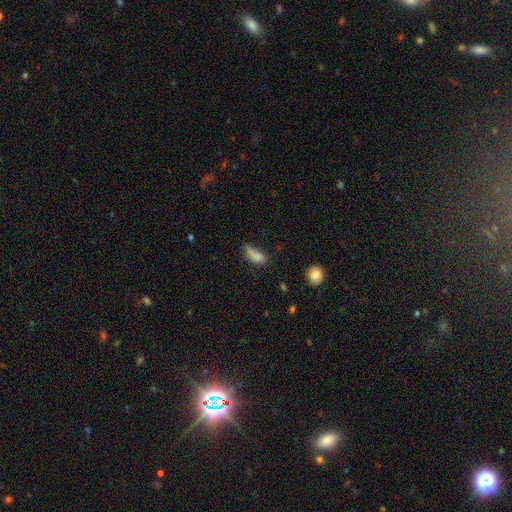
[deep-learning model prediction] Smooth or featured: smooth — 77% (featured or disk — 13%)
How rounded: in between — 71% (cigar-shaped — 24%)
Merging: none — 38% (minor disturbance — 32%)